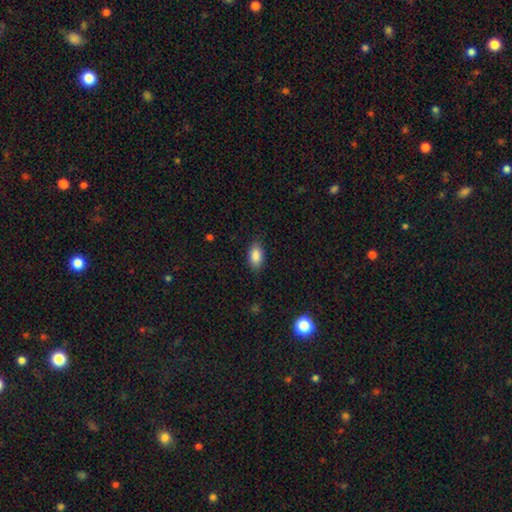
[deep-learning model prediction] This appears to be a smooth galaxy with no disk features (88%) that is in between round and cigar-shaped (91%). Merging: none (83%).